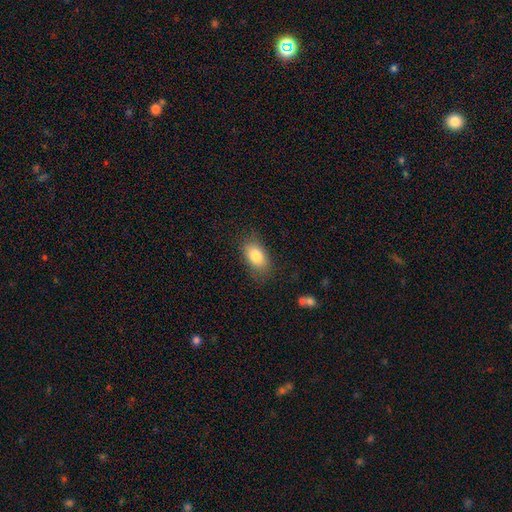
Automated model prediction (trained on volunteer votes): smooth 81%, featured or disk 11%, star or artifact 8%. Down the decision tree: how rounded — in between (89%); merging — none (78%).